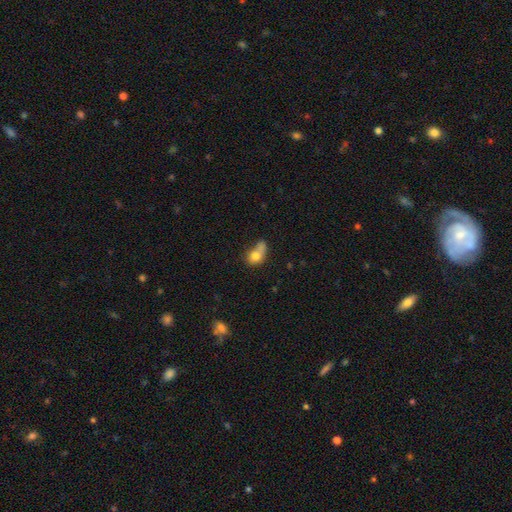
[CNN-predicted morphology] Smooth or featured? Predicted: smooth (p=0.74). How rounded? Predicted: in between (p=0.55). Merging? Predicted: merger (p=0.46).